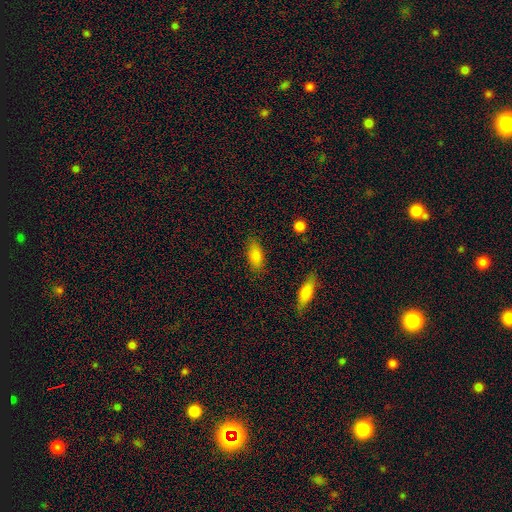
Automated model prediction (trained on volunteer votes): This appears to be a smooth galaxy with no disk features (85%) that is in between round and cigar-shaped (87%). Merging: none (84%).